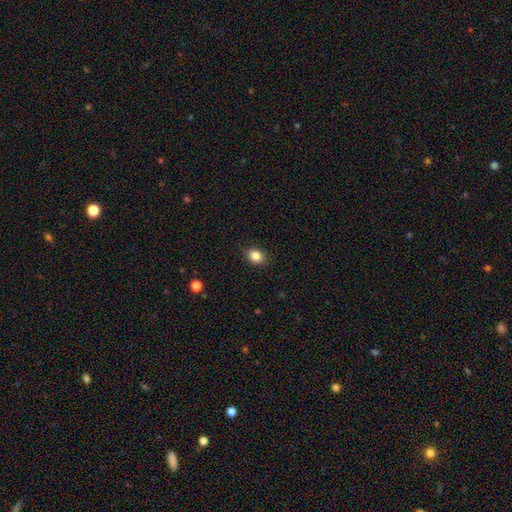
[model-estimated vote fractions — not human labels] A smooth galaxy with no disk features (85%) that is round (51%).

Vote fractions:
- Smooth or featured? smooth: 85% / star or artifact: 10% / featured or disk: 5%
- How rounded? round: 51% / in between: 48% / cigar-shaped: 1%
- Merging? none: 87% / minor disturbance: 9% / major disturbance: 2% / merger: 1%